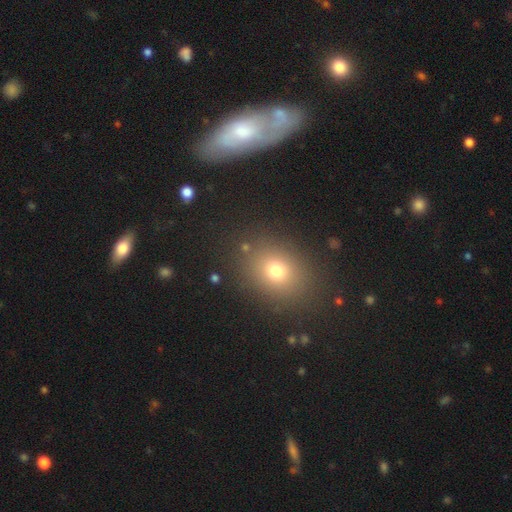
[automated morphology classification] Smooth or featured? smooth (60%)
How rounded? round (49%)
Merging? none (83%)